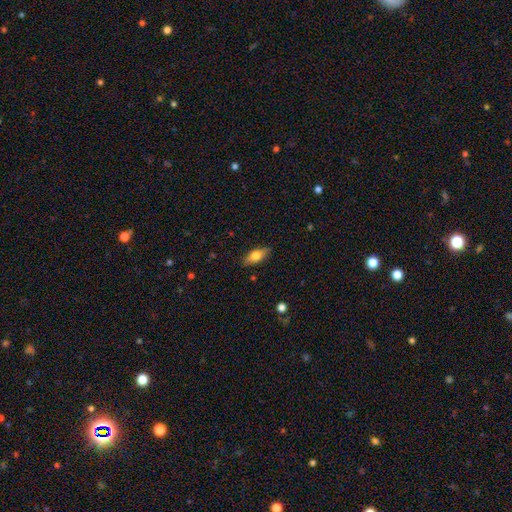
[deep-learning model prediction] This is likely a smooth galaxy (71%). How rounded: clearly in between (81%). Merging: clearly none (86%).